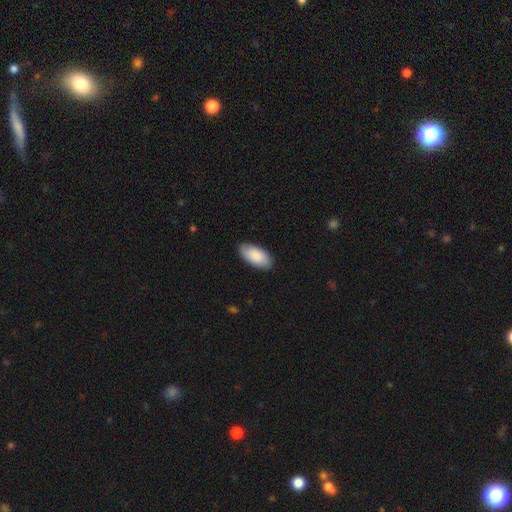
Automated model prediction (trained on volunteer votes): smooth_or_featured: smooth (p=0.88) [alt: featured or disk p=0.07]
how_rounded: in between (p=0.93) [alt: cigar-shaped p=0.05]
merging: none (p=0.86) [alt: minor disturbance p=0.11]